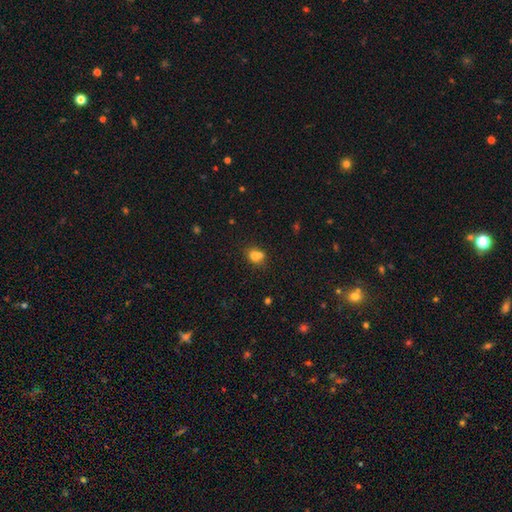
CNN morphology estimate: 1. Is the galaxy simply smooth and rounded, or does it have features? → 73% smooth, 14% featured or disk, 14% star or artifact.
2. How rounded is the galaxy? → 52% round, 46% in between, 2% cigar-shaped.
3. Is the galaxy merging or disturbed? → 44% merger, 38% none, 13% minor disturbance, 5% major disturbance.